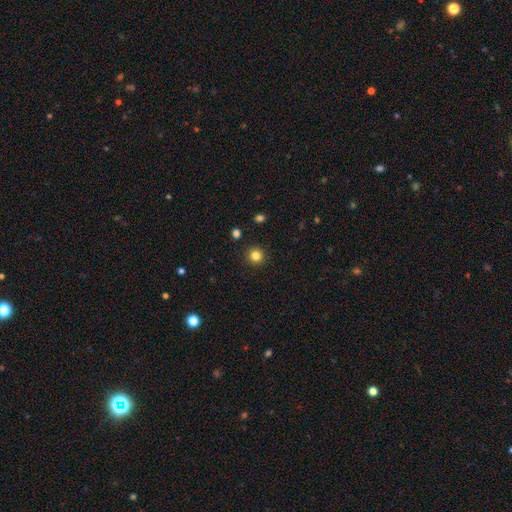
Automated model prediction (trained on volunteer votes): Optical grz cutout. It shows a smooth galaxy with no disk features (83%) that is round (94%). Merging: none (92%).